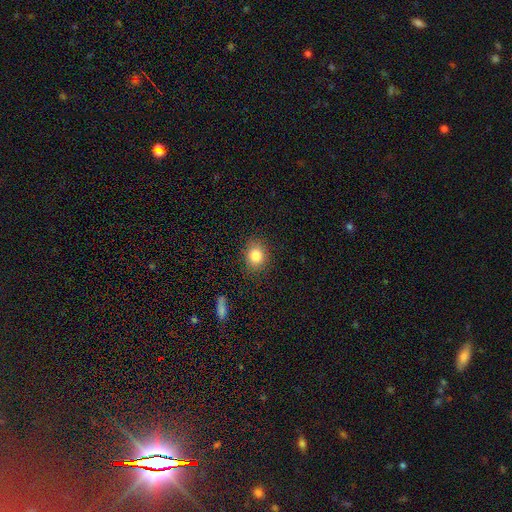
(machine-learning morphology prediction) Smooth or featured? Predicted: smooth (p=0.82). How rounded? Predicted: round (p=0.59). Merging? Predicted: none (p=0.86).